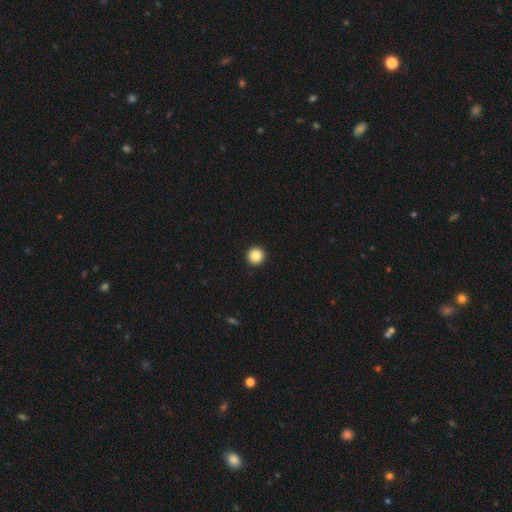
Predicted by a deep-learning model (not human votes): Smooth or featured?
  - smooth: 87% *
  - star or artifact: 9%
  - featured or disk: 3%
How rounded?
  - round: 96% *
  - in between: 3%
  - cigar-shaped: 1%
Merging?
  - none: 94% *
  - minor disturbance: 3%
  - major disturbance: 1%
  - merger: 1%